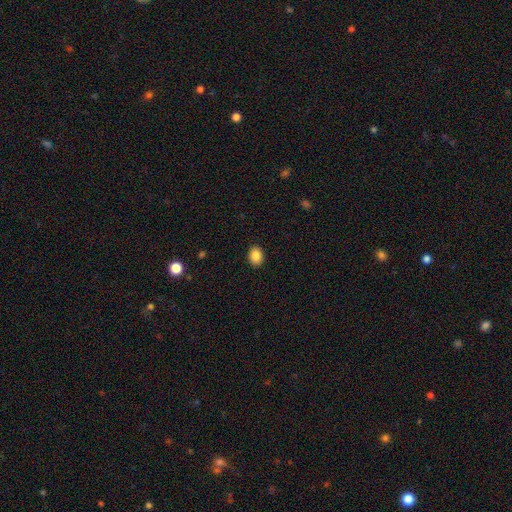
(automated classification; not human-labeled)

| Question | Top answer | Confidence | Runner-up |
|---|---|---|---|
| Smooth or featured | smooth | 86% | star or artifact (9%) |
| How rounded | in between | 57% | round (43%) |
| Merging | none | 91% | minor disturbance (6%) |